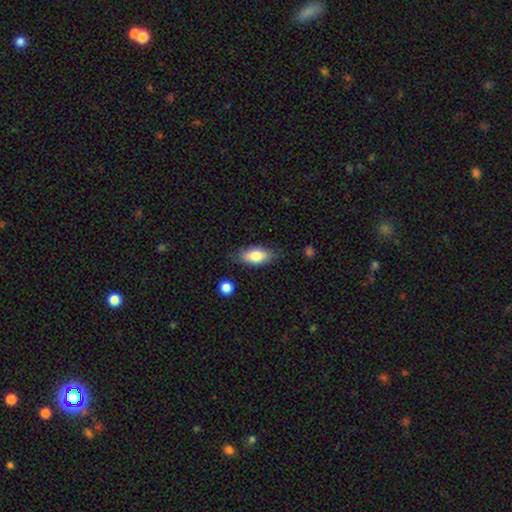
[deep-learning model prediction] smooth 80%, featured or disk 13%, star or artifact 7%. Down the decision tree: how rounded — in between (86%); merging — none (78%).